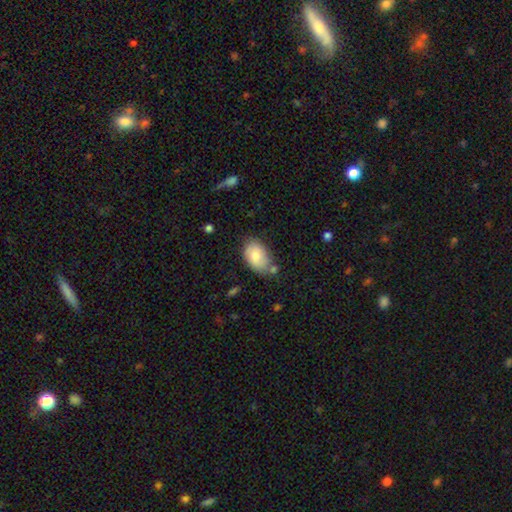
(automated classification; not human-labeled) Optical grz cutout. It shows a smooth galaxy with no disk features (79%) that is in between round and cigar-shaped (91%). Merging: none (64%).